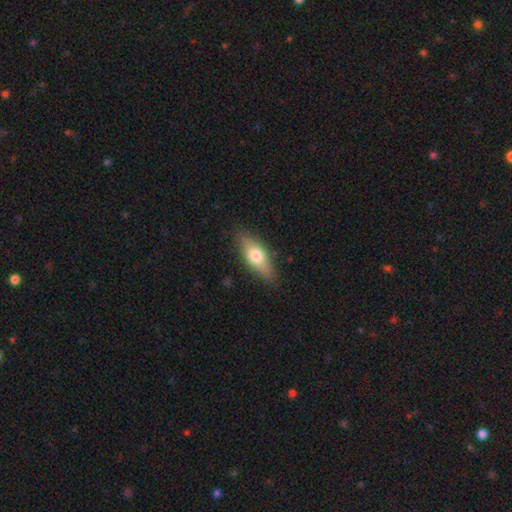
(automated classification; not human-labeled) Smooth or featured? smooth (67%)
How rounded? in between (67%)
Merging? none (84%)